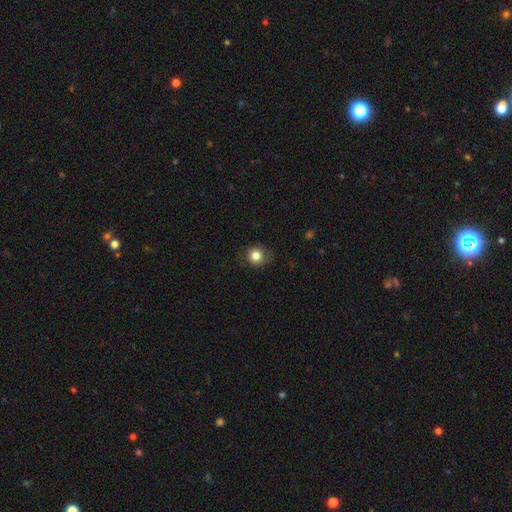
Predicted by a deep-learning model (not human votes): Smooth or featured? smooth (82%)
How rounded? round (86%)
Merging? none (82%)